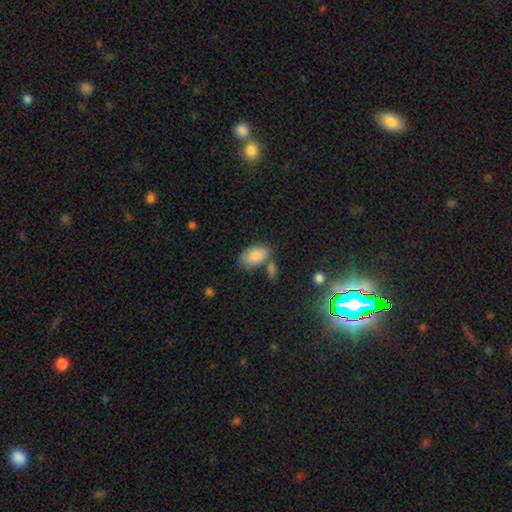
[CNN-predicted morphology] This appears to be a smooth galaxy with no disk features (86%) that is in between round and cigar-shaped (94%). Merging: none (60%).